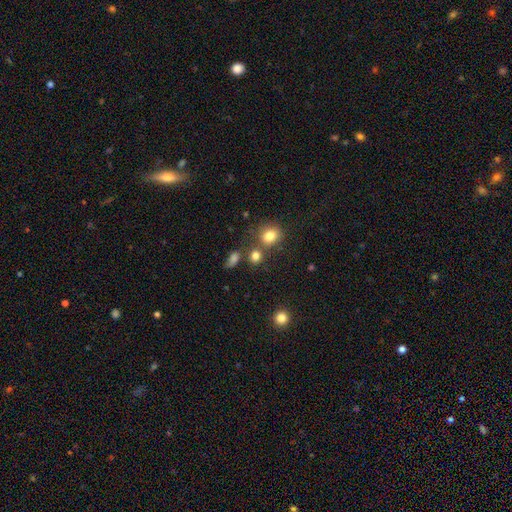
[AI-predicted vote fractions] This appears to be a smooth galaxy with no disk features (79%) that is round (71%). Merging: none (63%).